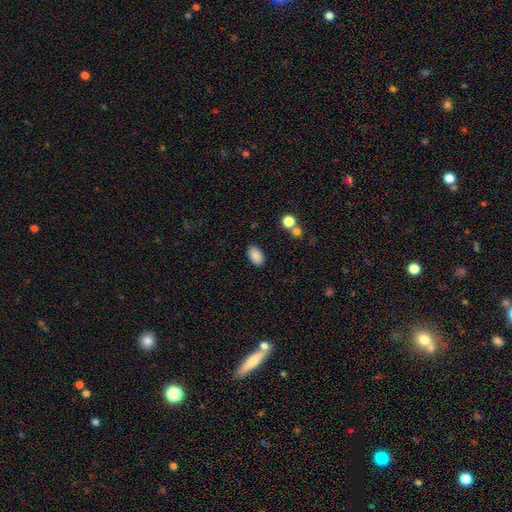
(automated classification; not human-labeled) Morphology: type=smooth (88%); roundness=in between (91%); merging=none (86%).